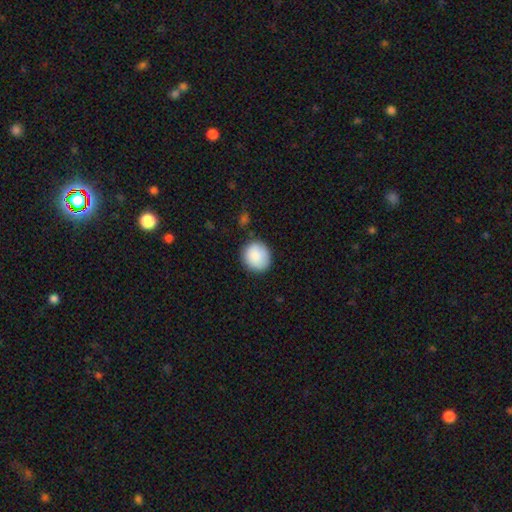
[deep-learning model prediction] Smooth or featured? smooth (88%)
How rounded? round (84%)
Merging? none (84%)